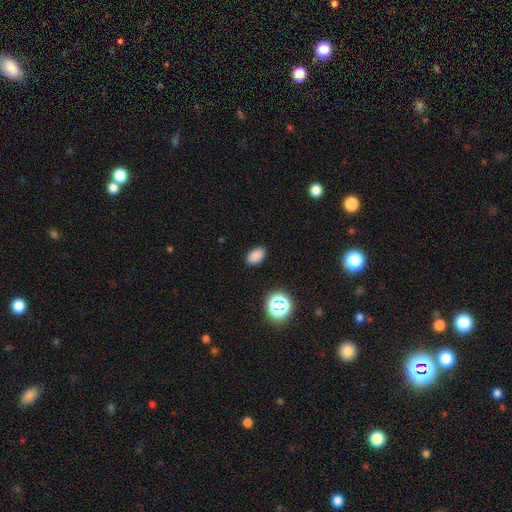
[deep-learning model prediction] A smooth galaxy with no disk features (81%) that is in between round and cigar-shaped (88%).

Vote fractions:
- Smooth or featured? smooth: 81% / star or artifact: 14% / featured or disk: 4%
- How rounded? in between: 88% / round: 10% / cigar-shaped: 1%
- Merging? none: 87% / minor disturbance: 9% / major disturbance: 2% / merger: 1%